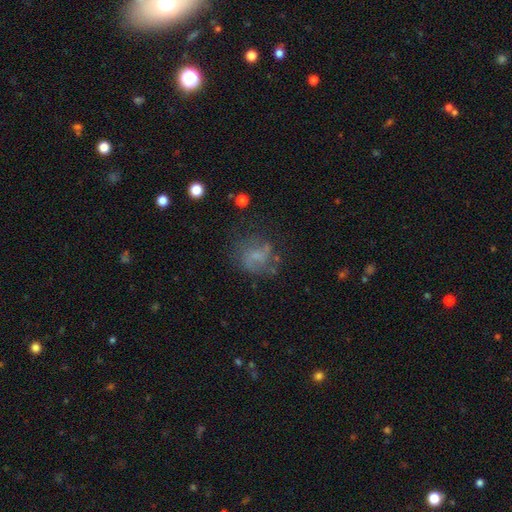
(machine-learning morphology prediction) Smooth or featured? smooth (44%)
Merging? none (55%)